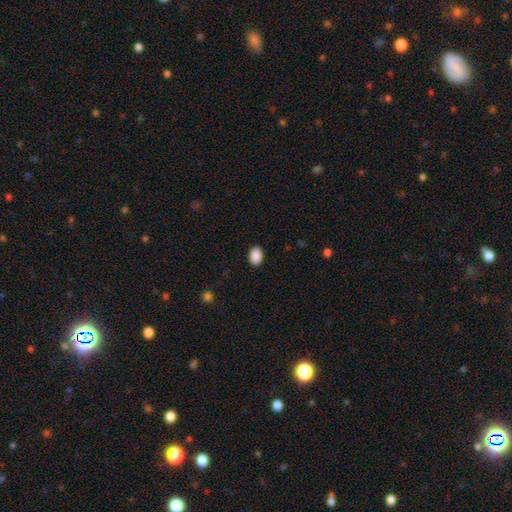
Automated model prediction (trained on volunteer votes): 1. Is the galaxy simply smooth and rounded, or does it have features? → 90% smooth, 7% star or artifact, 3% featured or disk.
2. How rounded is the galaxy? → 83% in between, 16% round, 1% cigar-shaped.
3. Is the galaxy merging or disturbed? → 90% none, 7% minor disturbance, 2% major disturbance, 1% merger.